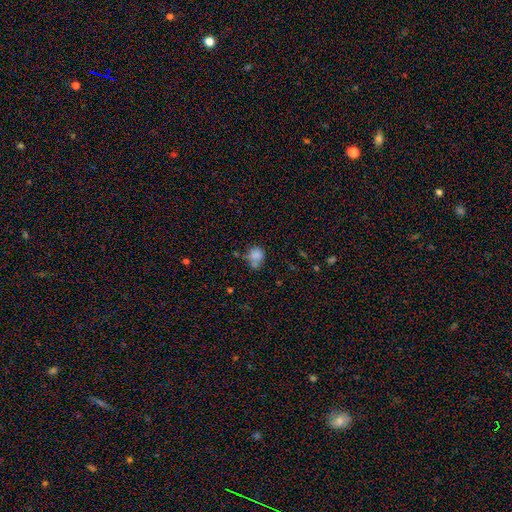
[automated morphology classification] smooth_or_featured: smooth (p=0.79) [alt: star or artifact p=0.12]
how_rounded: round (p=0.63) [alt: in between p=0.36]
merging: none (p=0.47) [alt: minor disturbance p=0.26]